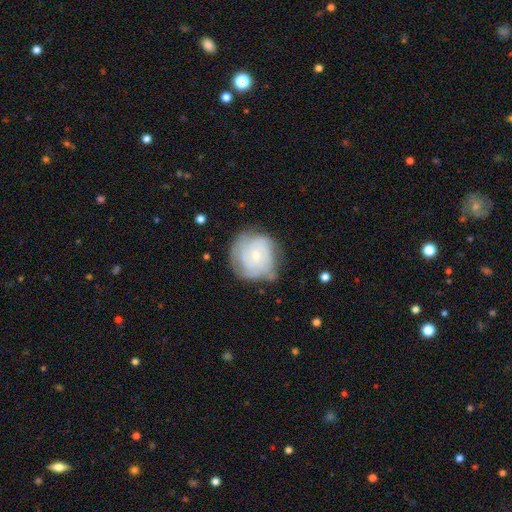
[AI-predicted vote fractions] smooth_or_featured: featured or disk (p=0.67) [alt: smooth p=0.26]
disk_edge_on: no (p=0.98) [alt: yes p=0.02]
bar: no (p=0.75) [alt: weak p=0.22]
has_spiral_arms: yes (p=0.87) [alt: no p=0.13]
spiral_winding: tight (p=0.69) [alt: medium p=0.24]
spiral_arm_count: can't tell (p=0.42) [alt: 3 p=0.21]
bulge_size: small (p=0.67) [alt: moderate p=0.28]
merging: none (p=0.65) [alt: minor disturbance p=0.24]